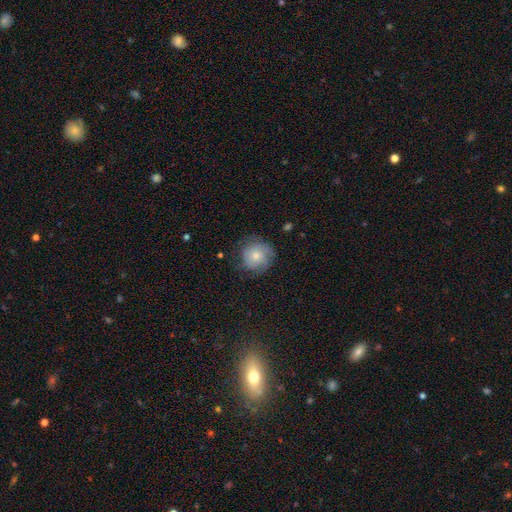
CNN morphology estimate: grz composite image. It shows a smooth galaxy with no disk features (57%) that is round (90%). Merging: none (68%).